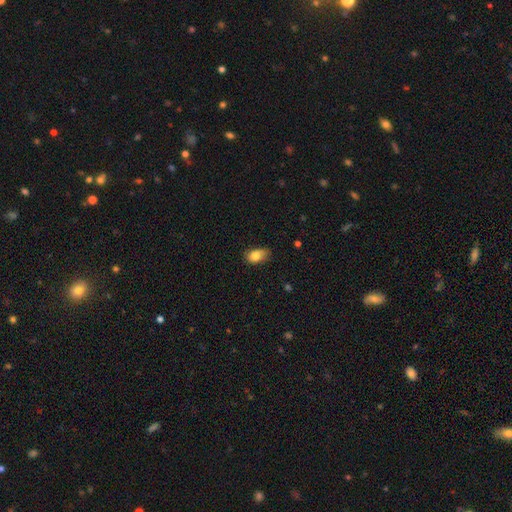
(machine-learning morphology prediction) A smooth galaxy with no disk features (82%) that is in between round and cigar-shaped (87%).

Vote fractions:
- Smooth or featured? smooth: 82% / featured or disk: 10% / star or artifact: 8%
- How rounded? in between: 87% / round: 11% / cigar-shaped: 2%
- Merging? none: 59% / minor disturbance: 33% / major disturbance: 7% / merger: 2%